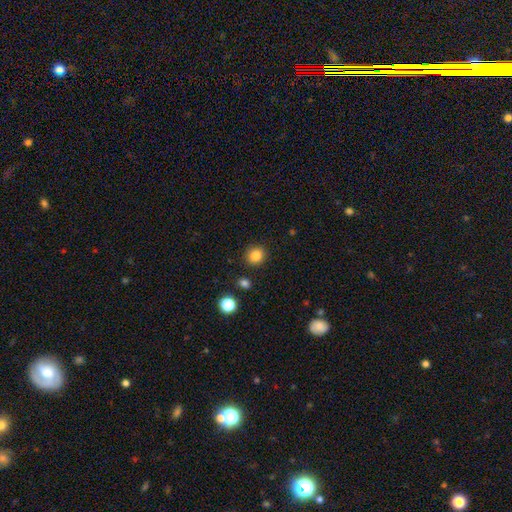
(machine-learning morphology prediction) Overall: smooth (84%). How rounded: round (86%). Merging: none (89%).